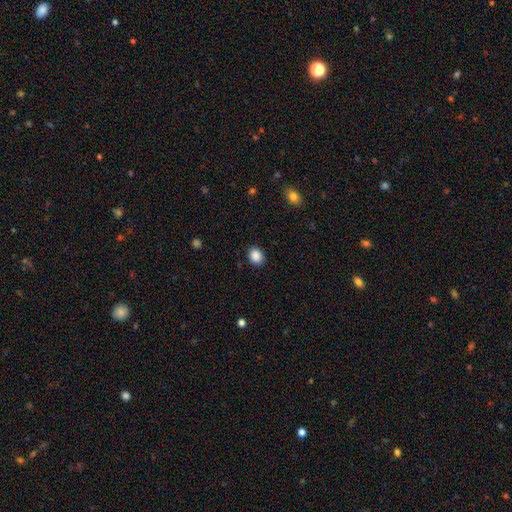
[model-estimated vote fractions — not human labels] Morphology: type=smooth (88%); roundness=round (52%); merging=none (89%).